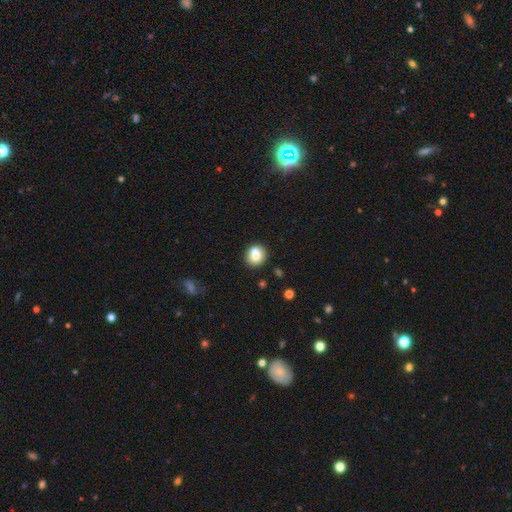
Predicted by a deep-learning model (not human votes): This is likely a smooth galaxy (73%). How rounded: clearly round (82%). Merging: possibly none (57%).